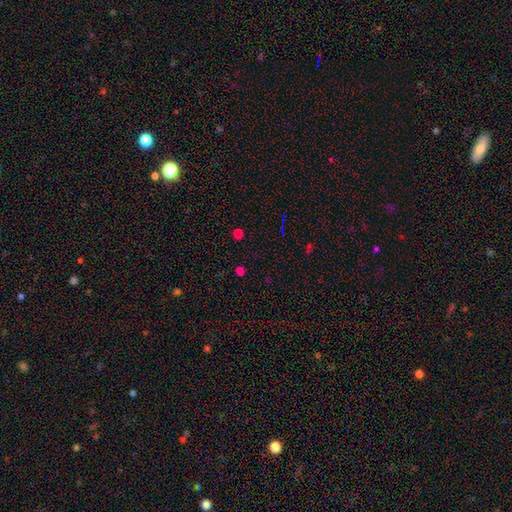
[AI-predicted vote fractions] Morphology: type=star or artifact (47%, tied with smooth).